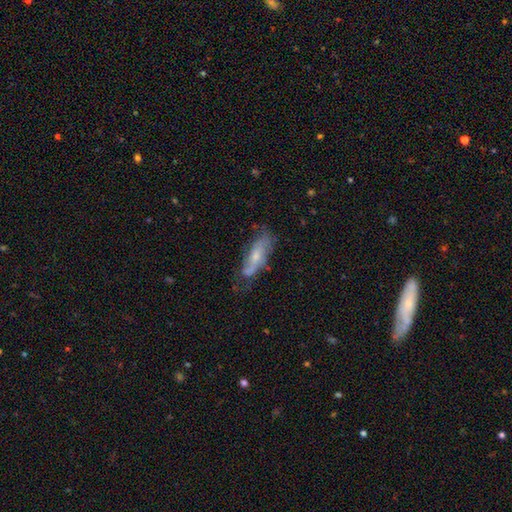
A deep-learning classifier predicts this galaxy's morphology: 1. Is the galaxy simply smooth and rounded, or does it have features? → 54% featured or disk, 36% smooth, 10% star or artifact.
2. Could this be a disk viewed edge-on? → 63% no, 37% yes.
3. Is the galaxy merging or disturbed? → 60% none, 26% minor disturbance, 10% major disturbance, 5% merger.